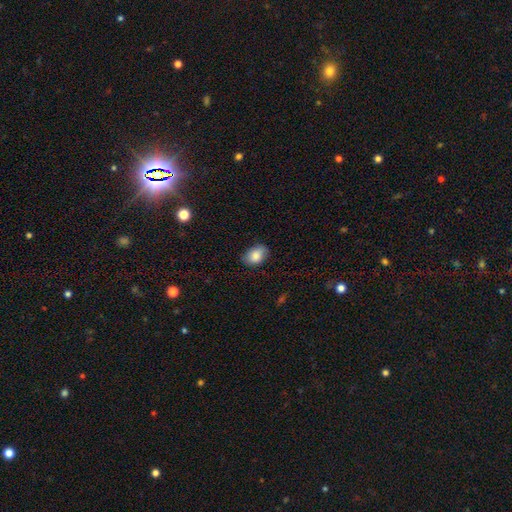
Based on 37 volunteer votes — Smooth or featured? 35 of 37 (95%) said smooth. How rounded? 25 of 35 (71%) said in between. Merging? 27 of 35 (77%) said none.